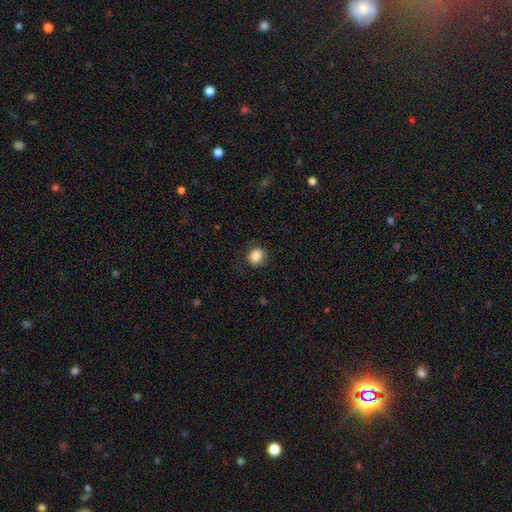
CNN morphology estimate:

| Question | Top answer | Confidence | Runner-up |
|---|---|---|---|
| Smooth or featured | smooth | 86% | star or artifact (9%) |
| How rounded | round | 62% | in between (38%) |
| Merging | none | 80% | minor disturbance (14%) |